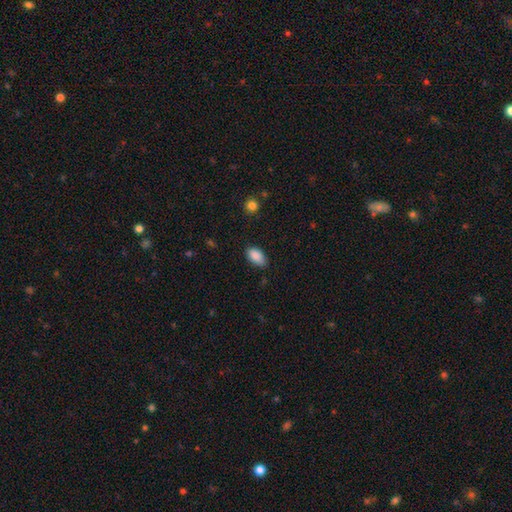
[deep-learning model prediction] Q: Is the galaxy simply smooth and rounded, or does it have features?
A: smooth — 88%.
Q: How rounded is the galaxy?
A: in between — 93%.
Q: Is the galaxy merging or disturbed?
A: none — 76%.